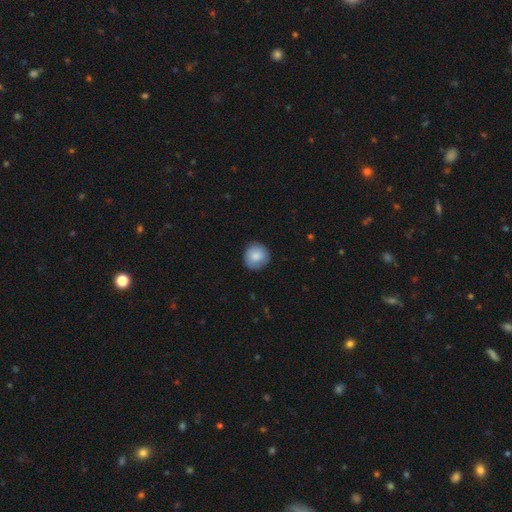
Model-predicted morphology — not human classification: Smooth or featured? Predicted: smooth (p=0.84). How rounded? Predicted: round (p=0.91). Merging? Predicted: none (p=0.85).